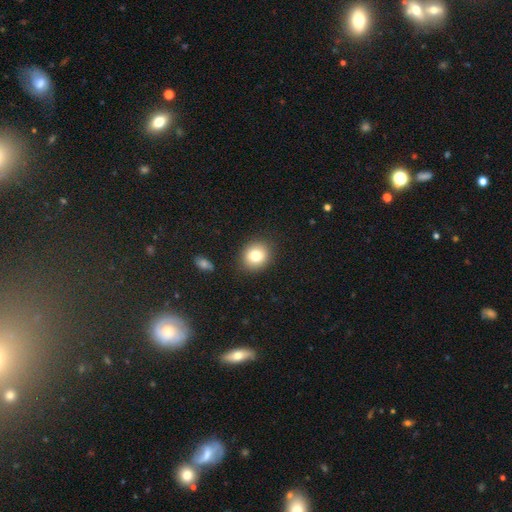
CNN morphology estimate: A smooth galaxy with no disk features (80%) that is round (77%). Merging: none (87%).